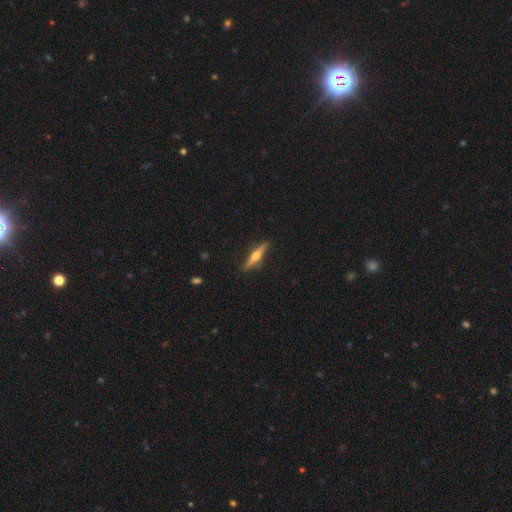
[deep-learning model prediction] This is likely a featured or disk galaxy (64%). It is clearly viewed edge-on (97%). Edge-on bulge: clearly rounded (93%). Merging: clearly none (88%).